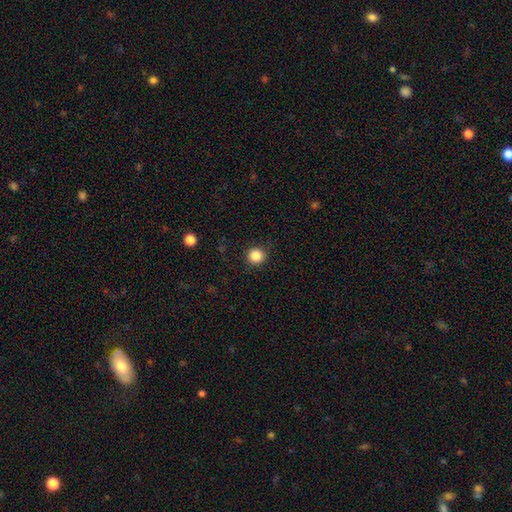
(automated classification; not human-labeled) Smooth or featured? Predicted: smooth (p=0.86). How rounded? Predicted: round (p=0.93). Merging? Predicted: none (p=0.89).